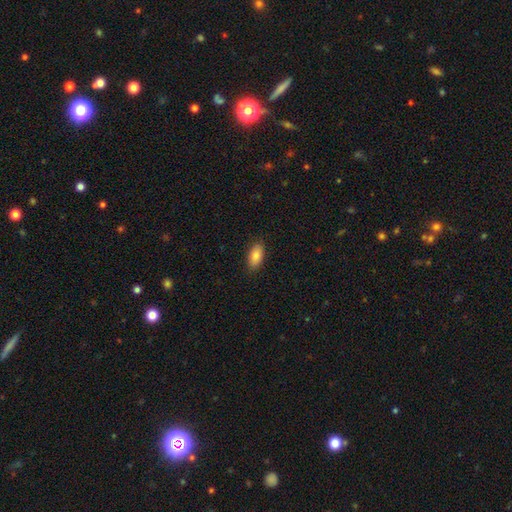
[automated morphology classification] Overall: smooth (86%). How rounded: in between (91%). Merging: none (88%).